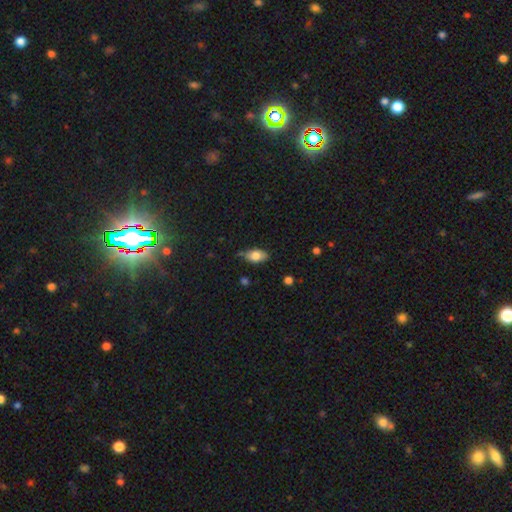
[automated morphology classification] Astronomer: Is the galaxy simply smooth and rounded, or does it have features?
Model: smooth — 76%.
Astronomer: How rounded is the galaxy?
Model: in between — 90%.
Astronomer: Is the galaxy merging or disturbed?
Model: none — 68%.